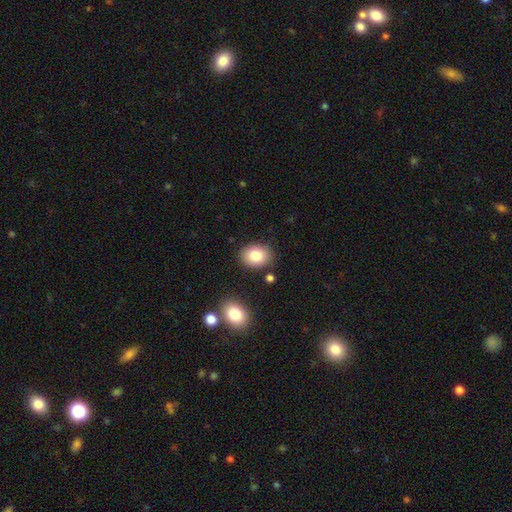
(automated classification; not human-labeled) smooth-or-featured: smooth: 82% | featured or disk: 9% | star or artifact: 9%
  how-rounded: in between: 60% | round: 39% | cigar-shaped: 1%
  merging: none: 84% | minor disturbance: 10% | merger: 4% | major disturbance: 3%